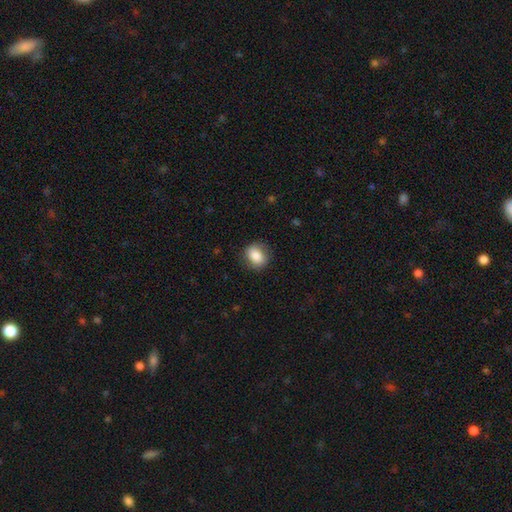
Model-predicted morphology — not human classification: smooth 84%, featured or disk 9%, star or artifact 8%. Down the decision tree: how rounded — round (51%); merging — none (81%).